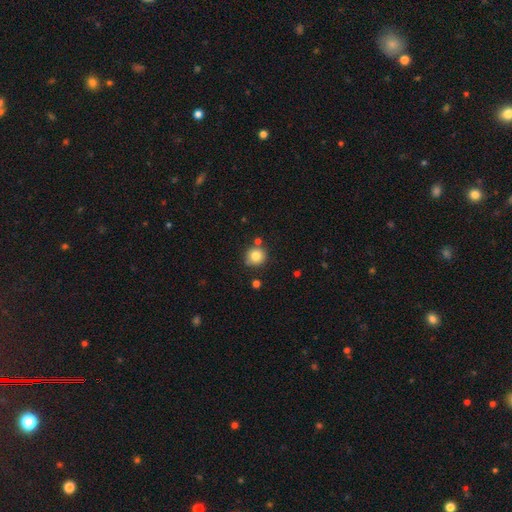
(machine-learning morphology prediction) Smooth or featured? smooth (82%)
How rounded? round (91%)
Merging? none (79%)